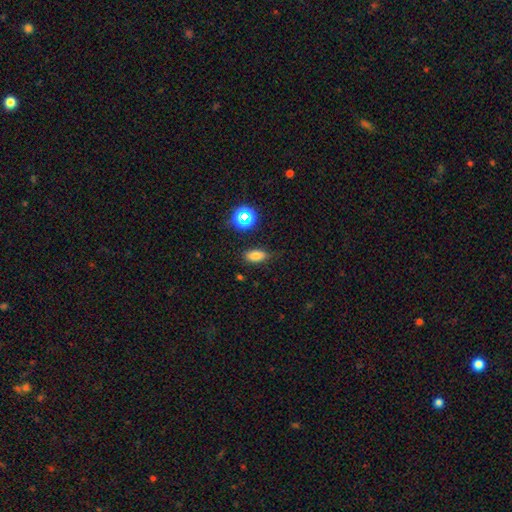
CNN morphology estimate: Q: Smooth or featured?
A: smooth (74%); runner-up: star or artifact (16%)
Q: How rounded?
A: in between (82%); runner-up: round (9%)
Q: Merging?
A: none (78%); runner-up: minor disturbance (16%)